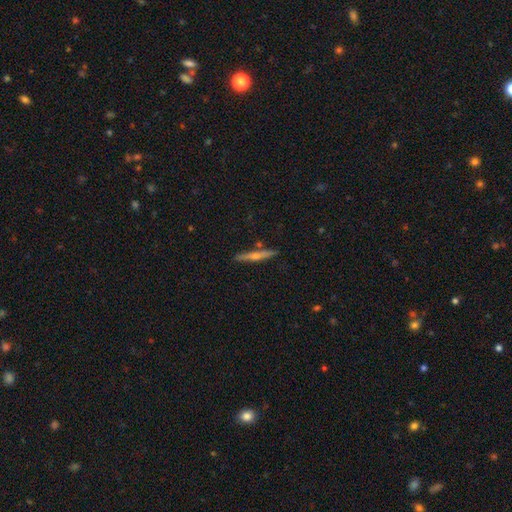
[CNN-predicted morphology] Overall: featured or disk (62%; smooth 31%). Edge-on disk: yes (97%). Edge-on bulge: rounded (80%). Merging: none (87%).